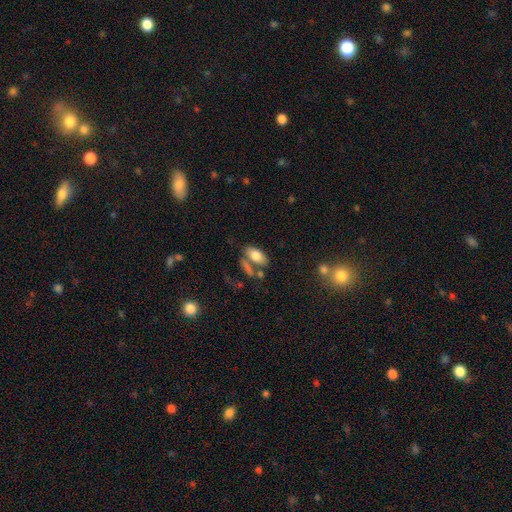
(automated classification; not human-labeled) A smooth galaxy with no disk features (77%) that is in between round and cigar-shaped (88%). Merging: none (59%).